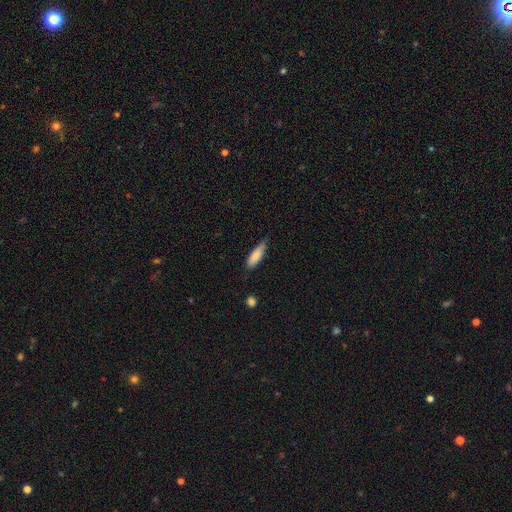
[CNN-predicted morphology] type=smooth (83%); roundness=cigar-shaped (50%); merging=none (65%).